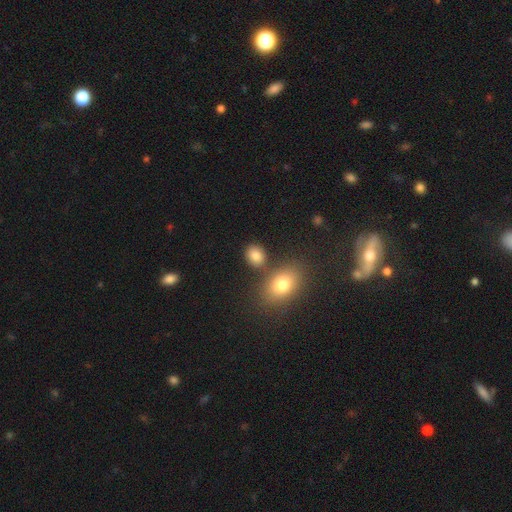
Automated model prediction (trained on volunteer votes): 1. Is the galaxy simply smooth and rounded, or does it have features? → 82% smooth, 11% star or artifact, 7% featured or disk.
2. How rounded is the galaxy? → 53% in between, 46% round, 1% cigar-shaped.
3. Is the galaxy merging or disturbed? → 73% none, 12% merger, 11% minor disturbance, 4% major disturbance.